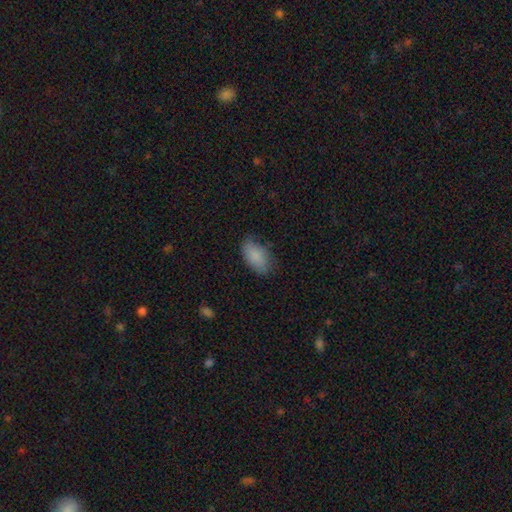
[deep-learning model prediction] Smooth or featured?
  - smooth: 87% *
  - star or artifact: 7%
  - featured or disk: 6%
How rounded?
  - in between: 93% *
  - round: 4%
  - cigar-shaped: 3%
Merging?
  - none: 71% *
  - minor disturbance: 22%
  - major disturbance: 5%
  - merger: 1%